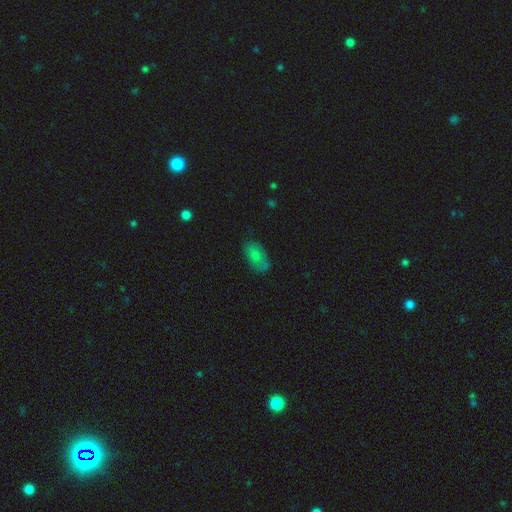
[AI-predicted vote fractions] Smooth or featured?
  - smooth: 74% *
  - featured or disk: 16%
  - star or artifact: 9%
How rounded?
  - in between: 92% *
  - round: 5%
  - cigar-shaped: 3%
Merging?
  - none: 62% *
  - minor disturbance: 24%
  - major disturbance: 8%
  - merger: 6%